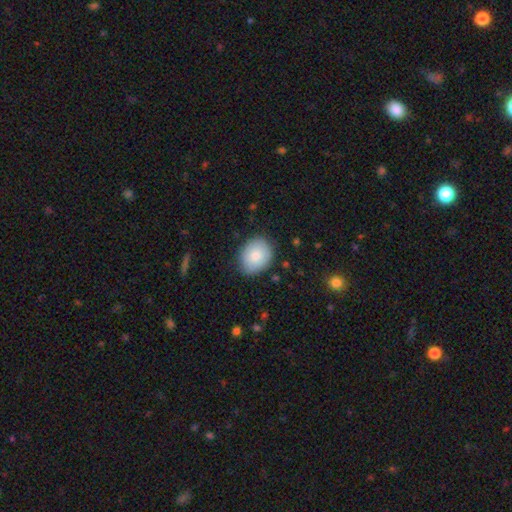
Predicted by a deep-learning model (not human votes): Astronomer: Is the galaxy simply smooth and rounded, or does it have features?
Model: smooth — 82%.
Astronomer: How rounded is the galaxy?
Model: in between — 53% (runner-up: round, 46%).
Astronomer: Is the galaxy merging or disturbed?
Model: none — 83%.